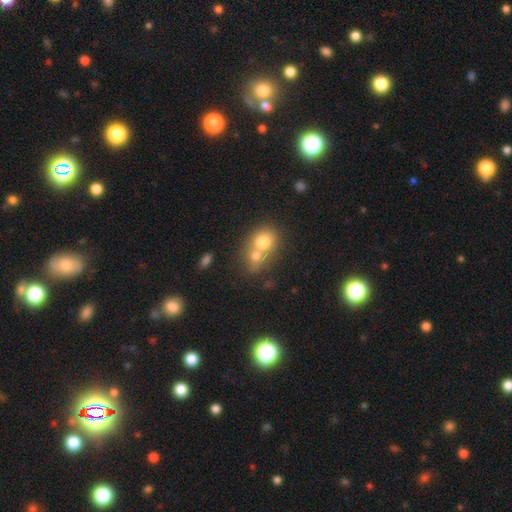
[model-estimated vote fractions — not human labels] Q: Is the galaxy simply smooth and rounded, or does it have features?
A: smooth — 71%.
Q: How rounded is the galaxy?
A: round — 62%.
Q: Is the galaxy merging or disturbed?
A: merger — 68%.